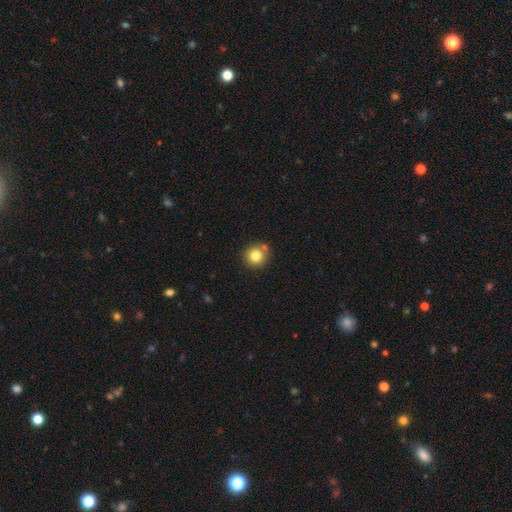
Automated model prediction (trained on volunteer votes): smooth 80%, star or artifact 11%, featured or disk 9%. Down the decision tree: how rounded — round (93%); merging — none (76%).